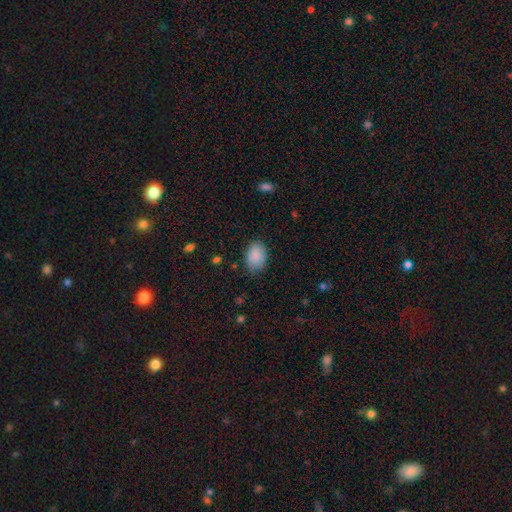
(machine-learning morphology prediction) The model was most divided on "merging": none: 80%, minor disturbance: 16%, major disturbance: 3%, merger: 1%. More confident: smooth or featured — smooth (88%); how rounded — in between (84%).